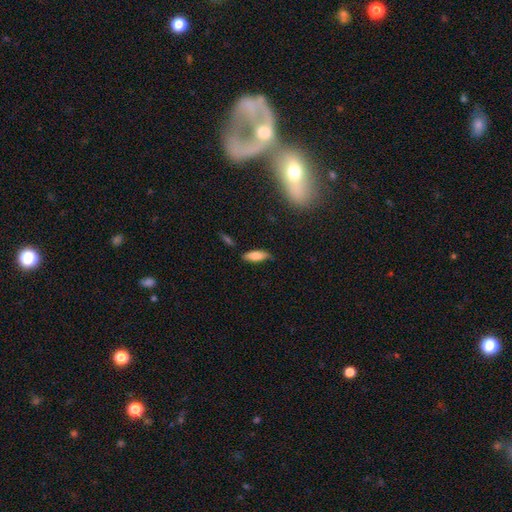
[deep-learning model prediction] A smooth galaxy with no disk features (78%) that is in between round and cigar-shaped (70%).

Vote fractions:
- Smooth or featured? smooth: 78% / featured or disk: 15% / star or artifact: 7%
- How rounded? in between: 70% / cigar-shaped: 28% / round: 2%
- Merging? none: 75% / minor disturbance: 20% / major disturbance: 3% / merger: 2%